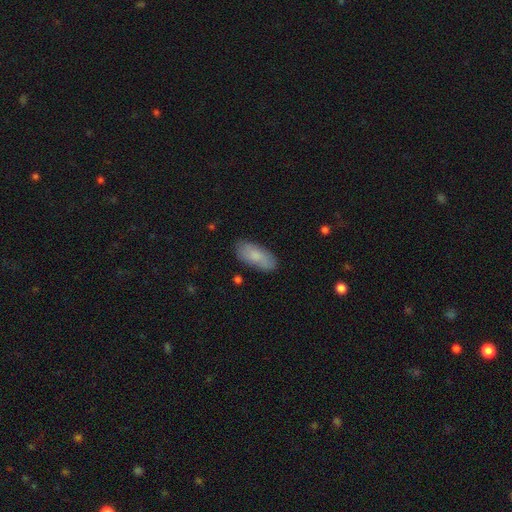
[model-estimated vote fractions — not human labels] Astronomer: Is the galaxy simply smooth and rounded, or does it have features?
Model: smooth — 80%.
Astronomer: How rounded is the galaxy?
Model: in between — 86%.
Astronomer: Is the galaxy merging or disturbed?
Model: none — 81%.